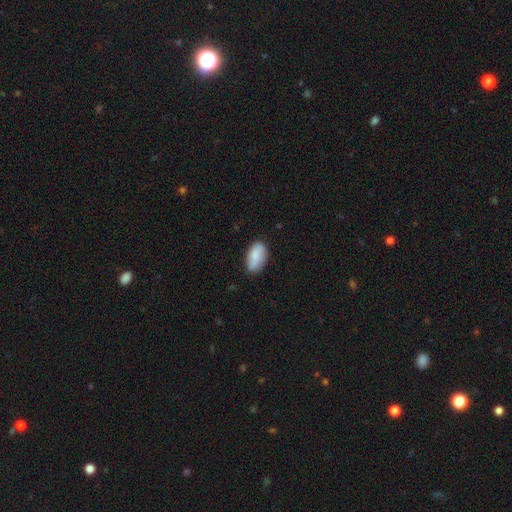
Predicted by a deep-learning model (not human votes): A smooth galaxy with no disk features (82%) that is in between round and cigar-shaped (93%). Merging: none (75%).